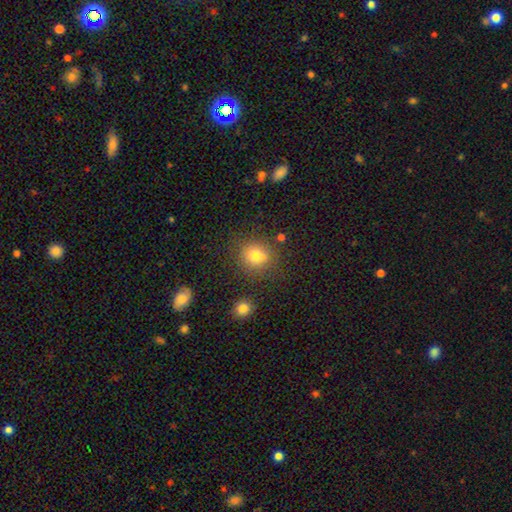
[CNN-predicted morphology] The model was most divided on "smooth or featured": smooth: 76%, star or artifact: 14%, featured or disk: 9%. More confident: how rounded — round (81%); merging — none (77%).